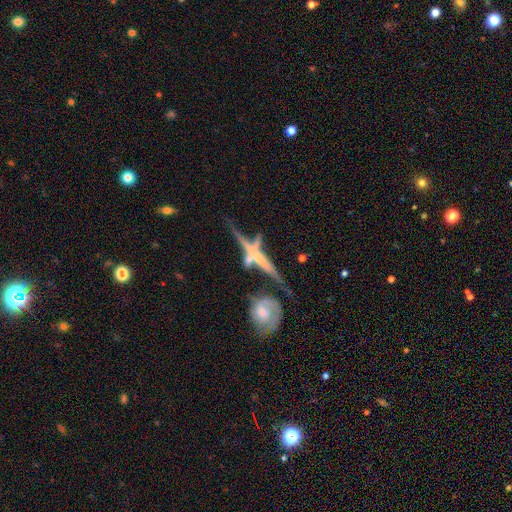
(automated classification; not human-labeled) smooth_or_featured: featured or disk (p=0.72) [alt: smooth p=0.20]
disk_edge_on: yes (p=0.83) [alt: no p=0.17]
edge_on_bulge: none (p=0.51) [alt: rounded p=0.37]
merging: none (p=0.39) [alt: merger p=0.34]